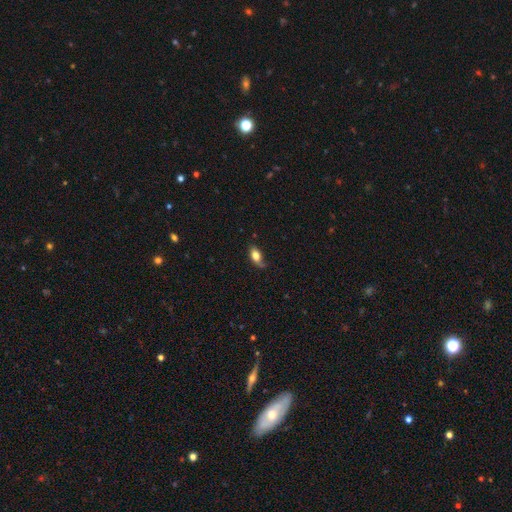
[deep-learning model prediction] Smooth or featured? smooth (73%)
How rounded? in between (83%)
Merging? none (56%)